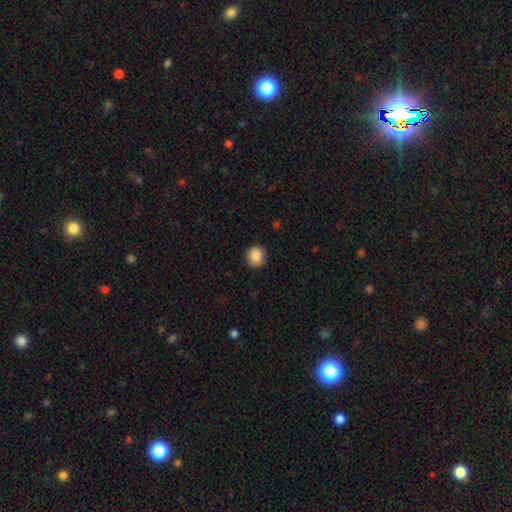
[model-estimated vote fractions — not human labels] The model was most divided on "how rounded": round: 88%, in between: 11%, cigar-shaped: 1%. More confident: merging — none (89%); smooth or featured — smooth (88%).